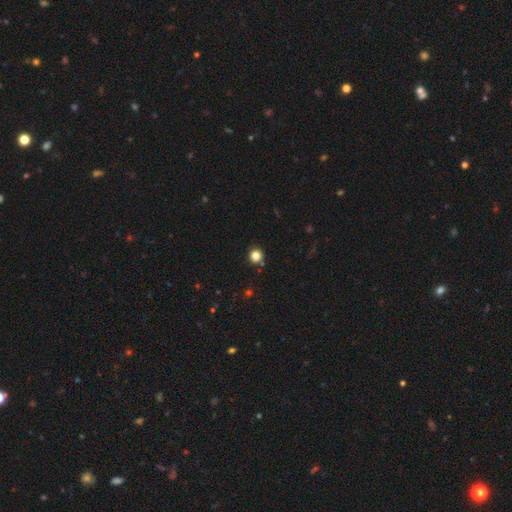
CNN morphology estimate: Smooth or featured?
  - smooth: 83% *
  - star or artifact: 13%
  - featured or disk: 4%
How rounded?
  - round: 93% *
  - in between: 6%
  - cigar-shaped: 1%
Merging?
  - none: 87% *
  - minor disturbance: 7%
  - merger: 4%
  - major disturbance: 2%